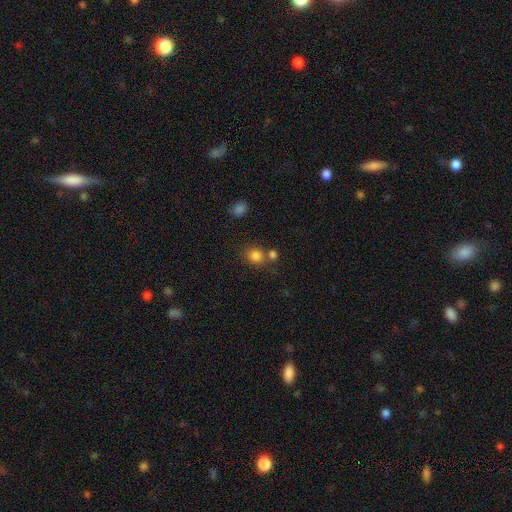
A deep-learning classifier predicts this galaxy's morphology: This is clearly a smooth galaxy (83%). How rounded: clearly round (82%). Merging: likely none (63%).